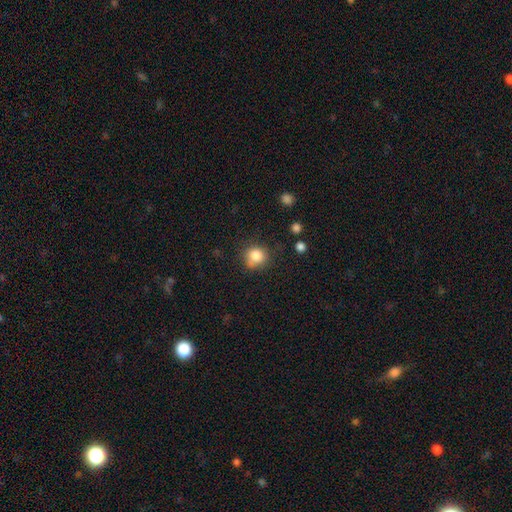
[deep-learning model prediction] Overall: smooth (83%). How rounded: round (84%). Merging: none (66%).